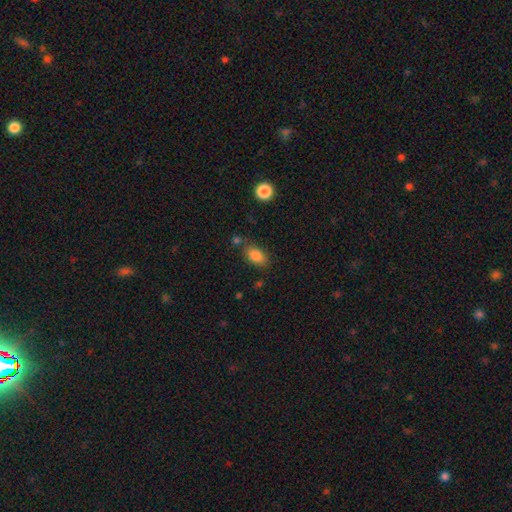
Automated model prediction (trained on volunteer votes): Overall: smooth (85%). How rounded: in between (88%). Merging: none (73%).